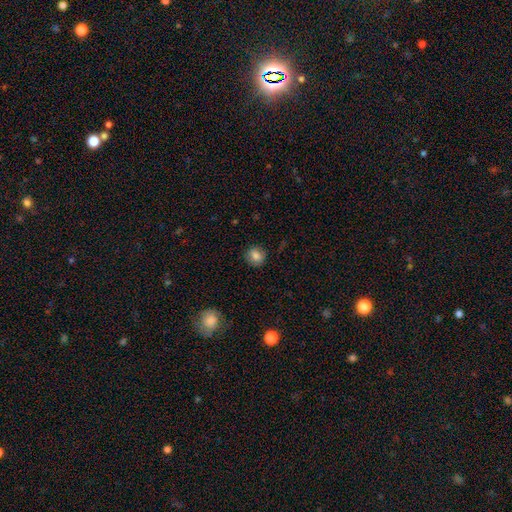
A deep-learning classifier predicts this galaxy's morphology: This is clearly a smooth galaxy (81%). How rounded: clearly round (81%). Merging: clearly none (86%).